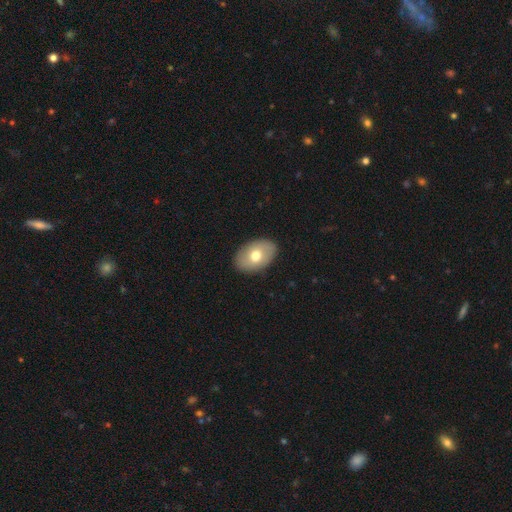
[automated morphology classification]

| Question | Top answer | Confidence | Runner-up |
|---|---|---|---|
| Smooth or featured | smooth | 69% | featured or disk (25%) |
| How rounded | in between | 88% | round (11%) |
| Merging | none | 88% | minor disturbance (9%) |